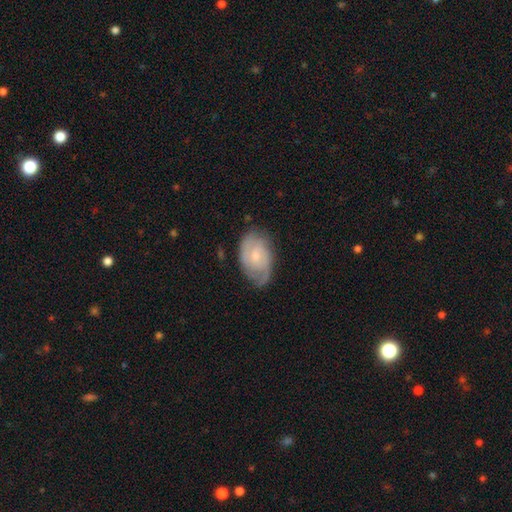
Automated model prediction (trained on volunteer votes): Smooth or featured?
  - featured or disk: 65% *
  - smooth: 29%
  - star or artifact: 6%
Edge-on disk?
  - no: 96% *
  - yes: 4%
Bar?
  - no: 58% *
  - weak: 37%
  - strong: 4%
Spiral arms?
  - yes: 88% *
  - no: 12%
Spiral winding?
  - tight: 47% *
  - medium: 39%
  - loose: 14%
Spiral arm count?
  - 2: 54% *
  - can't tell: 27%
  - 3: 8%
  - 1: 7%
  - 4: 2%
  - more than 4: 2%
Bulge size?
  - small: 56% *
  - moderate: 34%
  - none: 6%
  - large: 2%
  - dominant: 1%
Merging?
  - none: 67% *
  - minor disturbance: 25%
  - major disturbance: 7%
  - merger: 1%